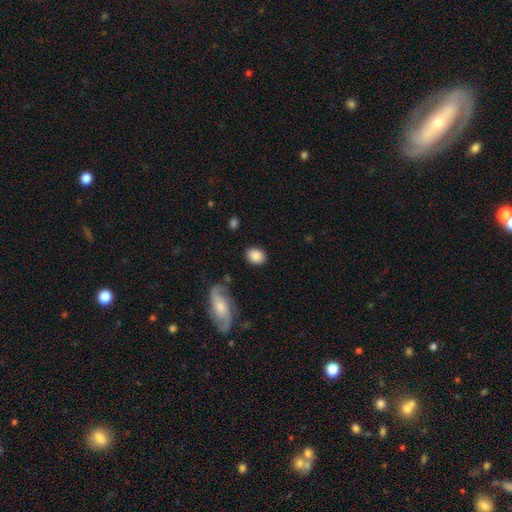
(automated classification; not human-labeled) Smooth or featured? Predicted: smooth (p=0.84). How rounded? Predicted: in between (p=0.63). Merging? Predicted: none (p=0.83).